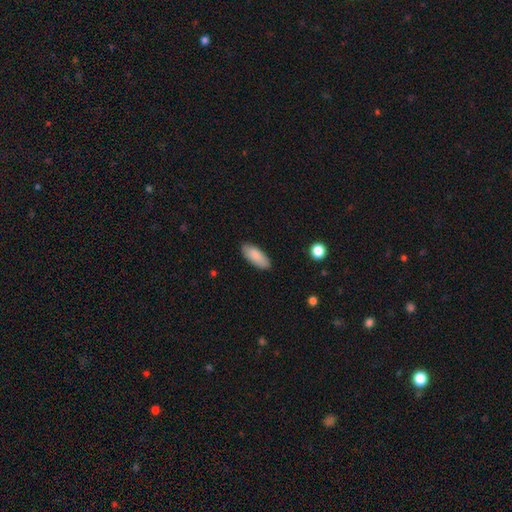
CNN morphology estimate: smooth 85%, featured or disk 9%, star or artifact 6%. Down the decision tree: how rounded — in between (83%); merging — none (86%).